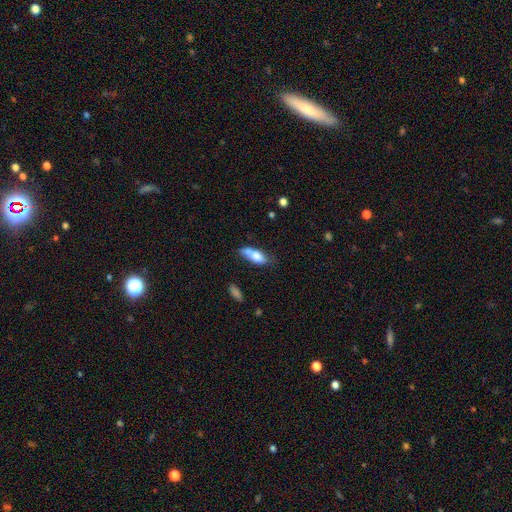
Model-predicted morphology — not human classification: The model was most divided on "merging": none: 37%, minor disturbance: 26%, merger: 25%, major disturbance: 12%. More confident: how rounded — in between (76%); smooth or featured — smooth (73%).